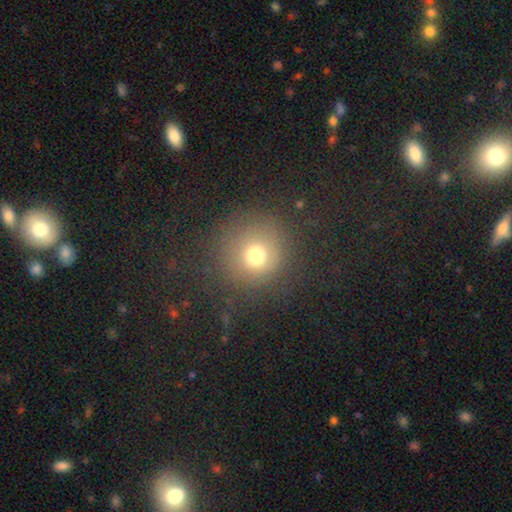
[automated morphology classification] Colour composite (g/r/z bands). It shows a smooth galaxy with no disk features (70%) that is round (92%). Merging: none (78%).